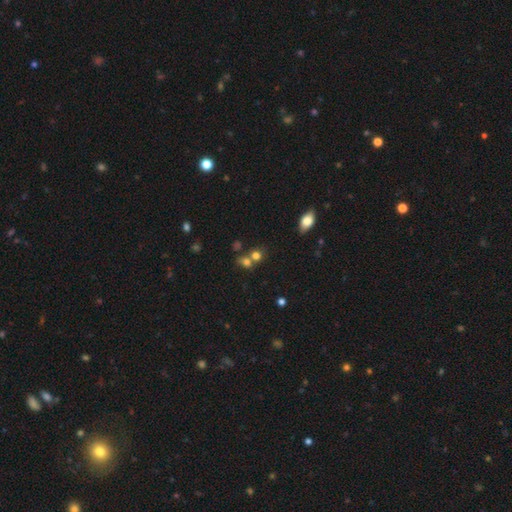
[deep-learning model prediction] Smooth or featured?
  - smooth: 73% *
  - star or artifact: 16%
  - featured or disk: 11%
How rounded?
  - round: 78% *
  - in between: 20%
  - cigar-shaped: 1%
Merging?
  - none: 45% *
  - merger: 43%
  - minor disturbance: 8%
  - major disturbance: 4%